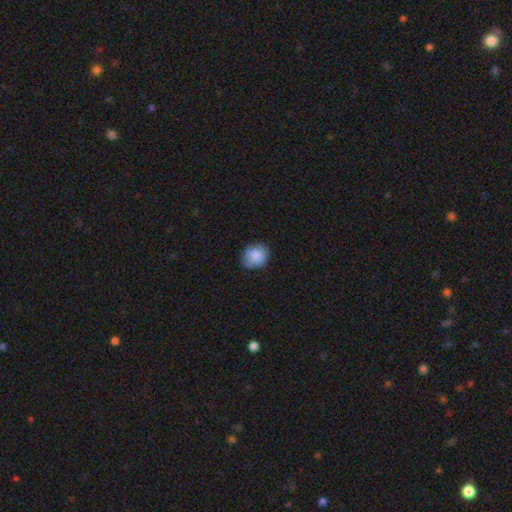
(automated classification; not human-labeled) Smooth or featured?
  - smooth: 87% *
  - star or artifact: 7%
  - featured or disk: 6%
How rounded?
  - round: 69% *
  - in between: 30%
  - cigar-shaped: 1%
Merging?
  - none: 75% *
  - minor disturbance: 21%
  - major disturbance: 3%
  - merger: 1%